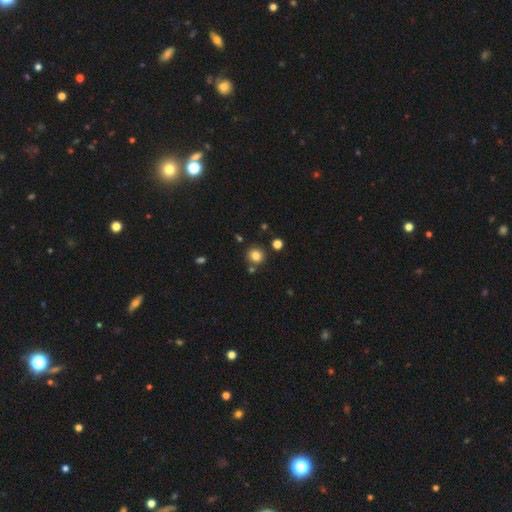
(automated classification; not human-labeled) smooth_or_featured: smooth (p=0.82) [alt: star or artifact p=0.12]
how_rounded: round (p=0.91) [alt: in between p=0.08]
merging: none (p=0.83) [alt: minor disturbance p=0.07]